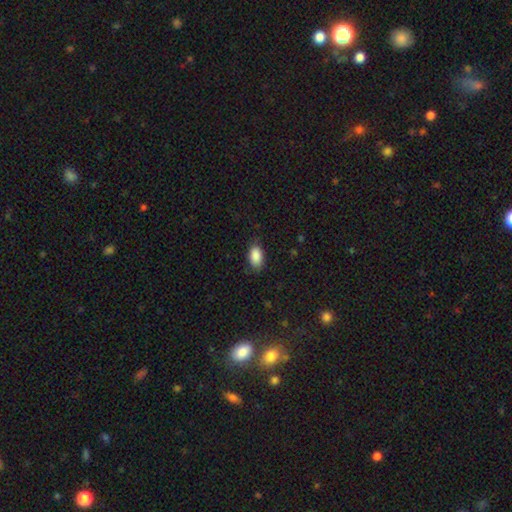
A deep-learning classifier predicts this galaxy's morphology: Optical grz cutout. It shows a smooth galaxy with no disk features (89%) that is in between round and cigar-shaped (93%). Merging: none (82%).